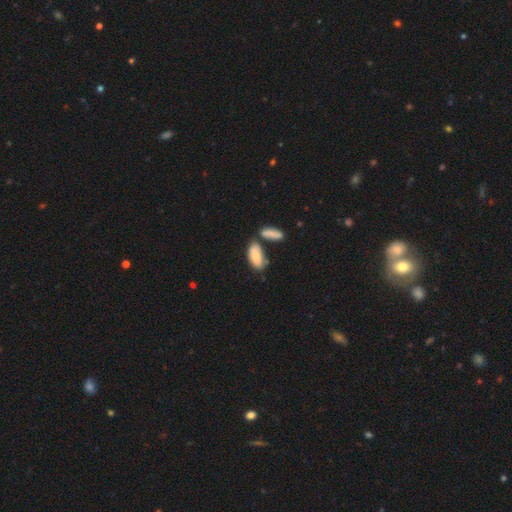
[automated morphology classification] Q: Smooth or featured?
A: smooth (75%); runner-up: featured or disk (18%)
Q: How rounded?
A: in between (86%); runner-up: cigar-shaped (11%)
Q: Merging?
A: none (46%); runner-up: merger (30%)